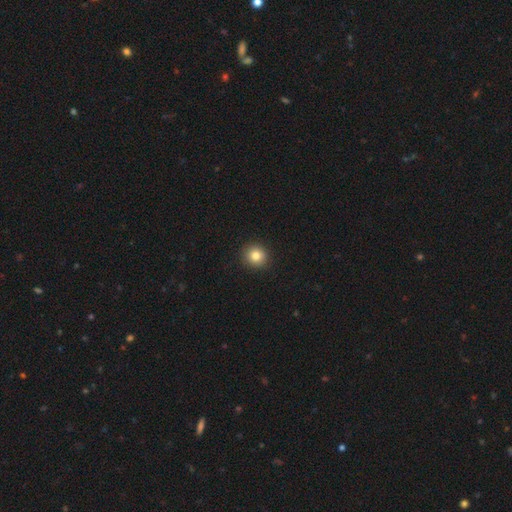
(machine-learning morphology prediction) Smooth or featured? smooth (82%)
How rounded? round (91%)
Merging? none (93%)